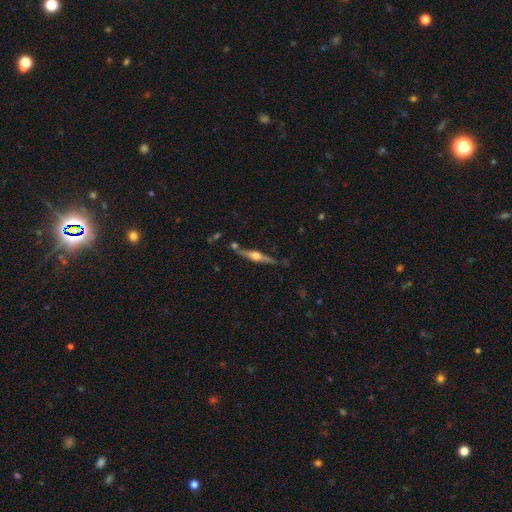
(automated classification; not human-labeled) A featured or disk galaxy (80%) viewed edge-on (98%) with a rounded central bulge (93%).

Vote fractions:
- Smooth or featured? featured or disk: 80% / smooth: 14% / star or artifact: 6%
- Edge-on disk? yes: 98% / no: 2%
- Edge-on bulge? rounded: 93% / boxy: 5% / none: 2%
- Merging? none: 77% / minor disturbance: 13% / merger: 7% / major disturbance: 3%